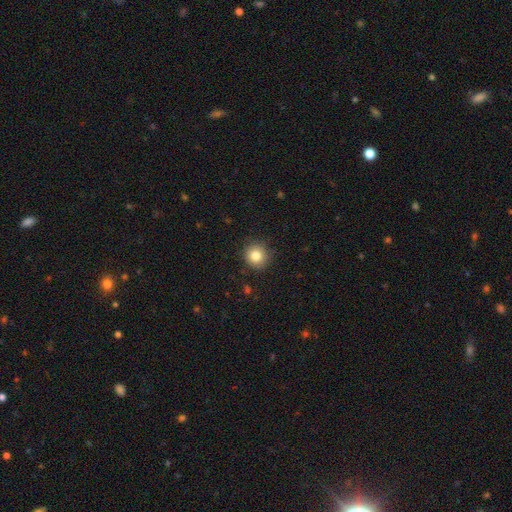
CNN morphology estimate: A smooth galaxy with no disk features (83%) that is round (92%).

Vote fractions:
- Smooth or featured? smooth: 83% / star or artifact: 10% / featured or disk: 6%
- How rounded? round: 92% / in between: 7% / cigar-shaped: 1%
- Merging? none: 88% / minor disturbance: 9% / major disturbance: 2% / merger: 1%